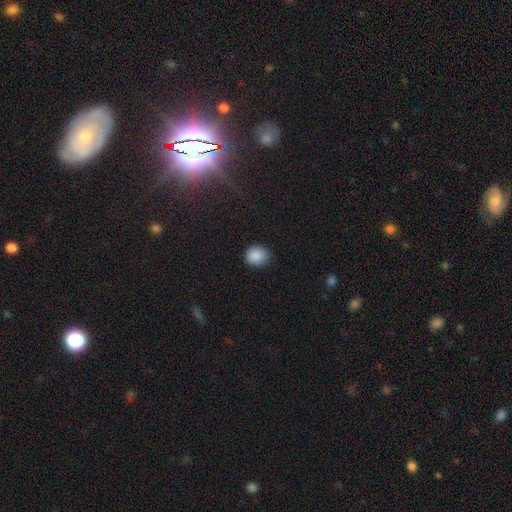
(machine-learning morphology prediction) smooth_or_featured: smooth (p=0.88) [alt: star or artifact p=0.08]
how_rounded: round (p=0.73) [alt: in between p=0.26]
merging: none (p=0.82) [alt: minor disturbance p=0.14]